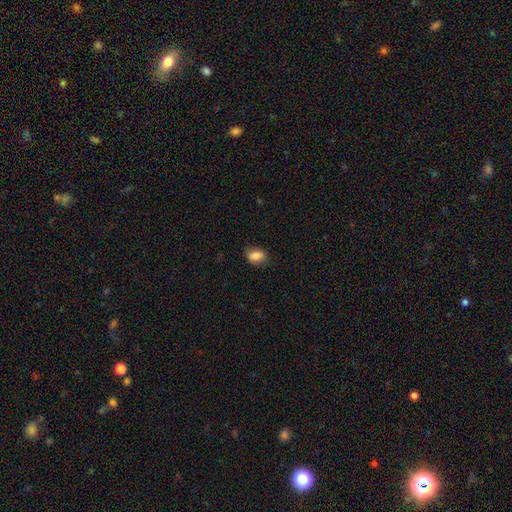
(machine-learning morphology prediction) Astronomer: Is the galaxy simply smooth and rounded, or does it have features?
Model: smooth — 83%.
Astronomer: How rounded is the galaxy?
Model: in between — 75%.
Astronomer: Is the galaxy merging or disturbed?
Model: none — 79%.